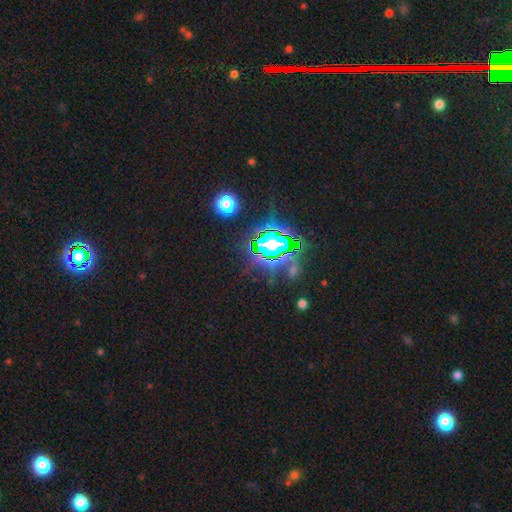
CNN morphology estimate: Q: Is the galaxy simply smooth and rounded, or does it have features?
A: star or artifact — 84%.